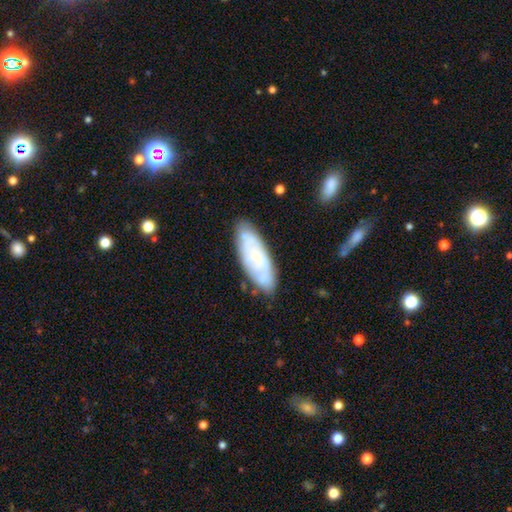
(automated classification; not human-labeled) Smooth or featured? featured or disk (50%)
Edge-on disk? no (82%)
Merging? none (78%)